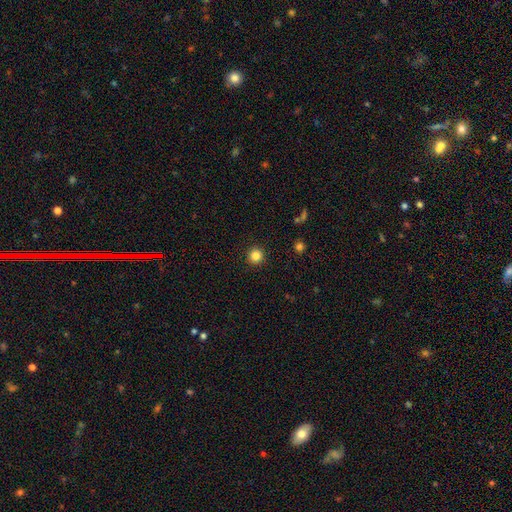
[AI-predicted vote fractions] A smooth galaxy with no disk features (84%) that is round (95%).

Vote fractions:
- Smooth or featured? smooth: 84% / star or artifact: 12% / featured or disk: 5%
- How rounded? round: 95% / in between: 4% / cigar-shaped: 1%
- Merging? none: 93% / minor disturbance: 5% / major disturbance: 2% / merger: 1%